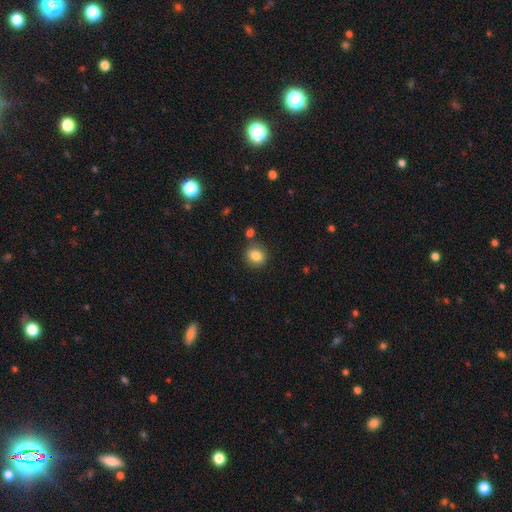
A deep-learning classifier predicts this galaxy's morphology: type=smooth (84%); roundness=round (69%); merging=none (79%).